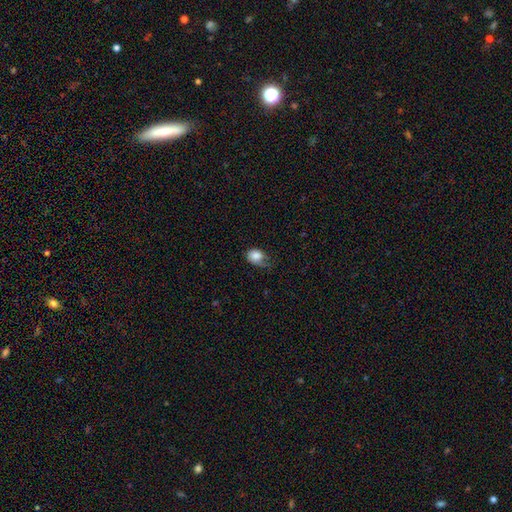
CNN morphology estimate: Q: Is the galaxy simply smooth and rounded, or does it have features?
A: smooth — 79%.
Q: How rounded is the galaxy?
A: in between — 64%.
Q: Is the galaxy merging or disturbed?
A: minor disturbance — 37%.